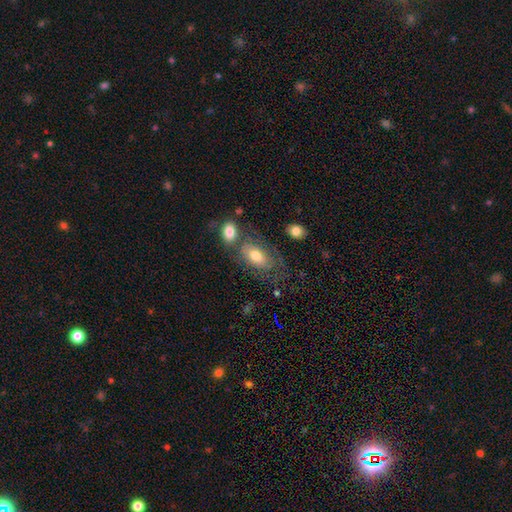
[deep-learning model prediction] Smooth or featured? Predicted: smooth (p=0.60). How rounded? Predicted: in between (p=0.91). Merging? Predicted: none (p=0.43).